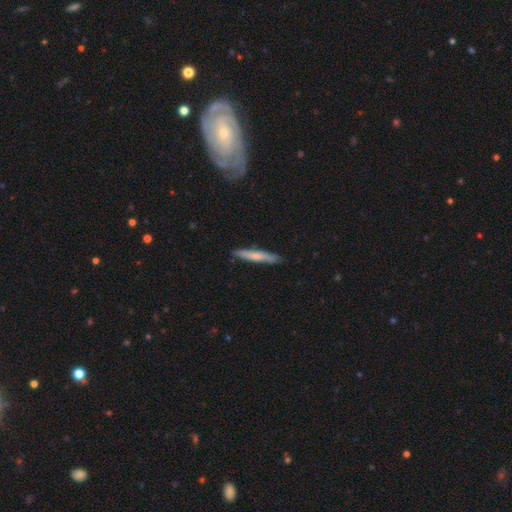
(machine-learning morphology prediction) Smooth or featured? smooth (66%)
How rounded? cigar-shaped (93%)
Merging? none (86%)